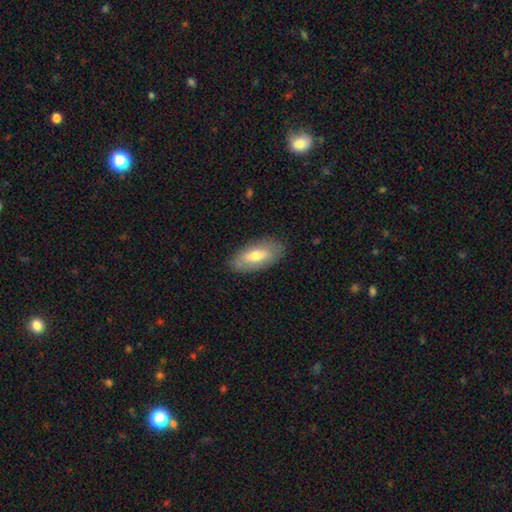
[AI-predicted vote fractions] The model was most divided on "smooth or featured": smooth: 64%, featured or disk: 30%, star or artifact: 6%. More confident: how rounded — in between (87%); merging — none (83%).